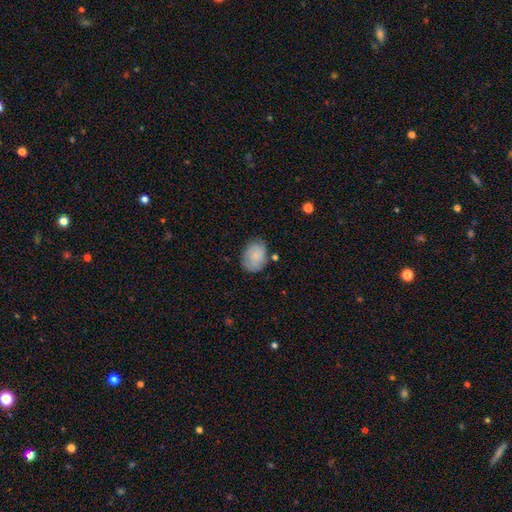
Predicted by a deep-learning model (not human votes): Overall: smooth (73%). How rounded: in between (65%; round 34%). Merging: none (69%).